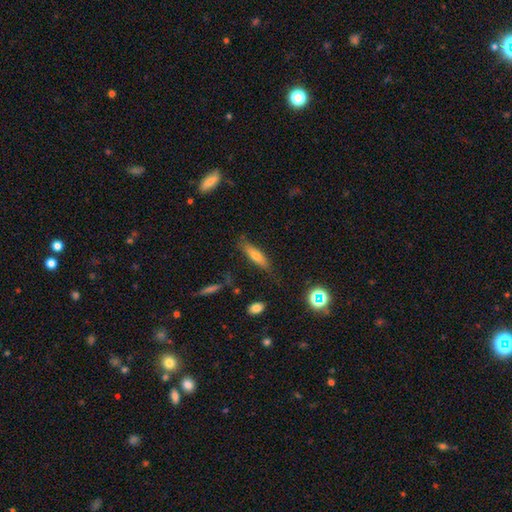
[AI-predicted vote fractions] Smooth or featured?
  - smooth: 59% *
  - featured or disk: 31%
  - star or artifact: 11%
How rounded?
  - cigar-shaped: 72% *
  - in between: 26%
  - round: 2%
Merging?
  - none: 75% *
  - minor disturbance: 17%
  - major disturbance: 5%
  - merger: 3%